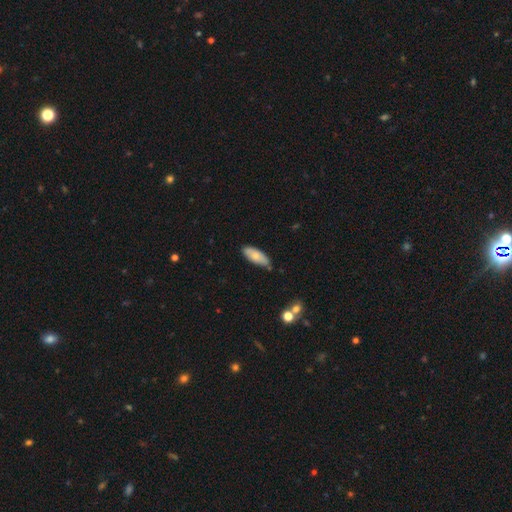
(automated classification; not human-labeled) Smooth or featured?
  - smooth: 74% *
  - featured or disk: 20%
  - star or artifact: 6%
How rounded?
  - in between: 76% *
  - cigar-shaped: 22%
  - round: 2%
Merging?
  - none: 72% *
  - minor disturbance: 22%
  - merger: 3%
  - major disturbance: 3%